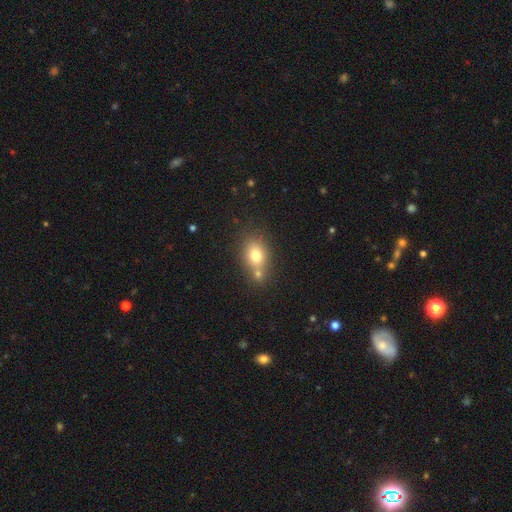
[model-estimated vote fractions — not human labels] Smooth or featured?
  - smooth: 75% *
  - featured or disk: 14%
  - star or artifact: 11%
How rounded?
  - in between: 60% *
  - round: 39%
  - cigar-shaped: 2%
Merging?
  - none: 50% *
  - merger: 34%
  - minor disturbance: 12%
  - major disturbance: 4%